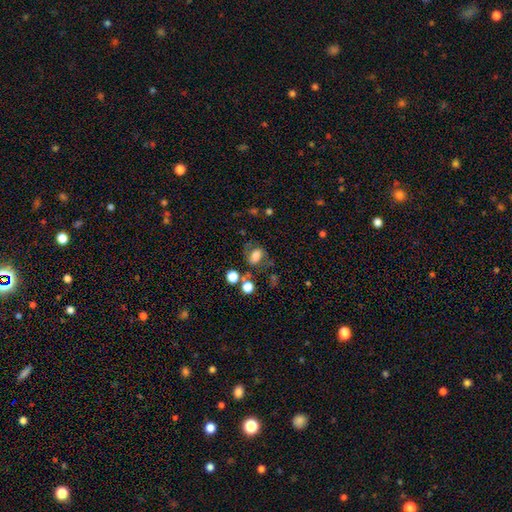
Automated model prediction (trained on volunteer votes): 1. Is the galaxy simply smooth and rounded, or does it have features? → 62% smooth, 25% featured or disk, 13% star or artifact.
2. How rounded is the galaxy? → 71% in between, 28% round, 2% cigar-shaped.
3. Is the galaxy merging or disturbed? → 54% none, 21% minor disturbance, 15% major disturbance, 9% merger.